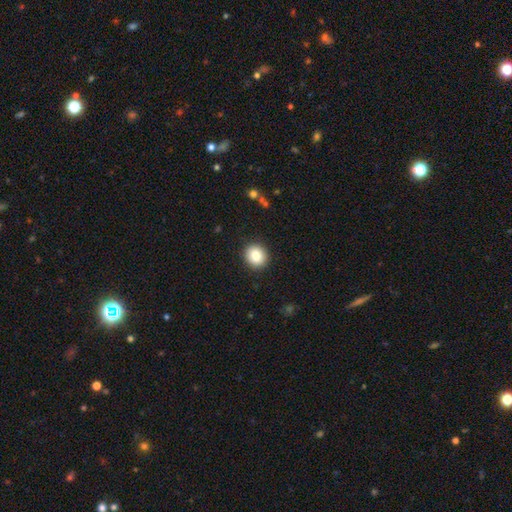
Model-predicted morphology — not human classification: Smooth or featured: smooth — 85% (star or artifact — 9%)
How rounded: round — 82% (in between — 17%)
Merging: none — 91% (minor disturbance — 6%)